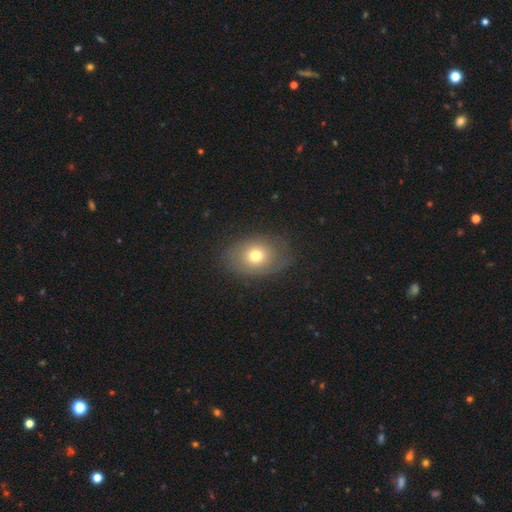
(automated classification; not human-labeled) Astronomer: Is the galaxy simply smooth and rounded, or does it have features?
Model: smooth — 70%.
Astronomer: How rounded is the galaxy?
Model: in between — 67%.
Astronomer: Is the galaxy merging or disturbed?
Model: none — 77%.